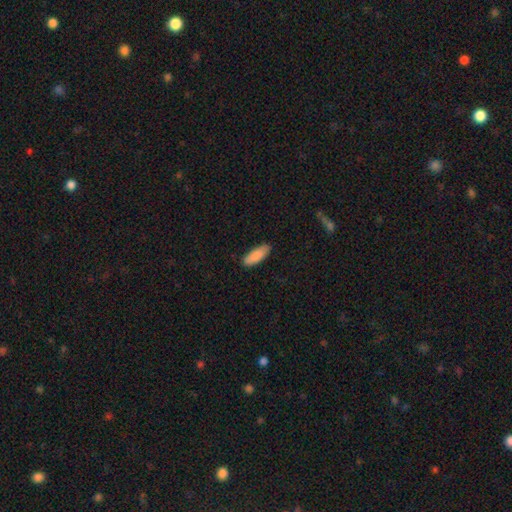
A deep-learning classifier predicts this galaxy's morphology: Smooth or featured? Predicted: smooth (p=0.88). How rounded? Predicted: in between (p=0.64). Merging? Predicted: none (p=0.84).